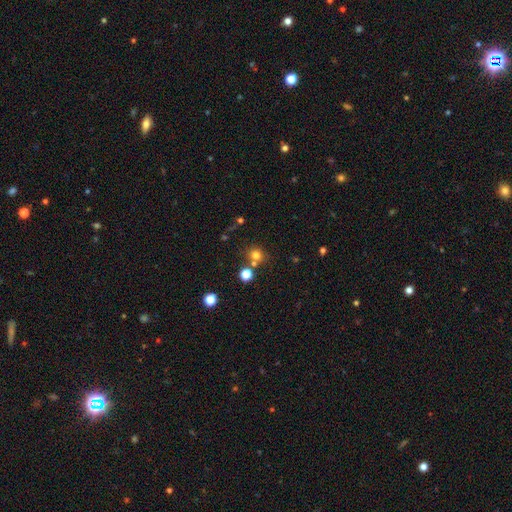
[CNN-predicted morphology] smooth-or-featured: smooth: 72% | star or artifact: 20% | featured or disk: 8%
  how-rounded: round: 84% | in between: 15% | cigar-shaped: 1%
  merging: none: 69% | merger: 17% | minor disturbance: 9% | major disturbance: 4%